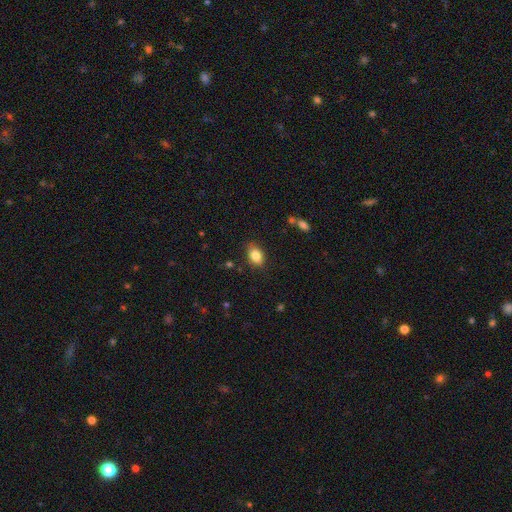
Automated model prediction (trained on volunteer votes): Smooth or featured? smooth (84%)
How rounded? in between (82%)
Merging? none (83%)